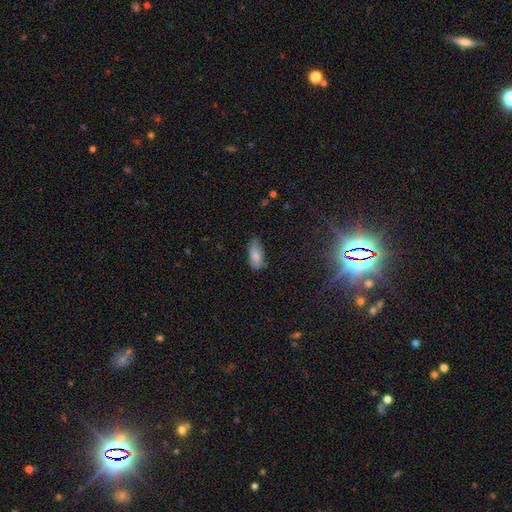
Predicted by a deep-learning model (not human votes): Q: Smooth or featured?
A: smooth (80%); runner-up: featured or disk (12%)
Q: How rounded?
A: in between (84%); runner-up: cigar-shaped (14%)
Q: Merging?
A: none (70%); runner-up: minor disturbance (24%)